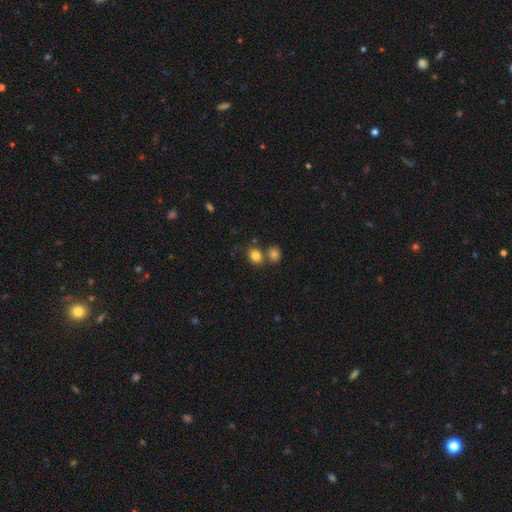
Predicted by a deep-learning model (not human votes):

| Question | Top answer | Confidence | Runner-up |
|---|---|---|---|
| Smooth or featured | smooth | 82% | star or artifact (11%) |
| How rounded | round | 55% | in between (44%) |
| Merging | none | 61% | merger (25%) |